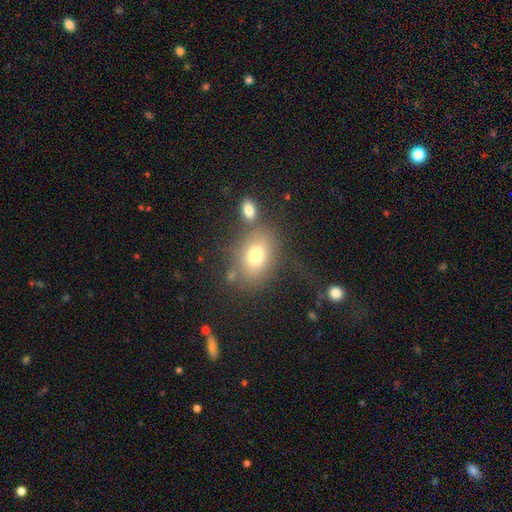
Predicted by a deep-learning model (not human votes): Smooth or featured?
  - smooth: 75% *
  - featured or disk: 14%
  - star or artifact: 11%
How rounded?
  - in between: 73% *
  - round: 25%
  - cigar-shaped: 1%
Merging?
  - none: 61% *
  - minor disturbance: 15%
  - merger: 15%
  - major disturbance: 9%